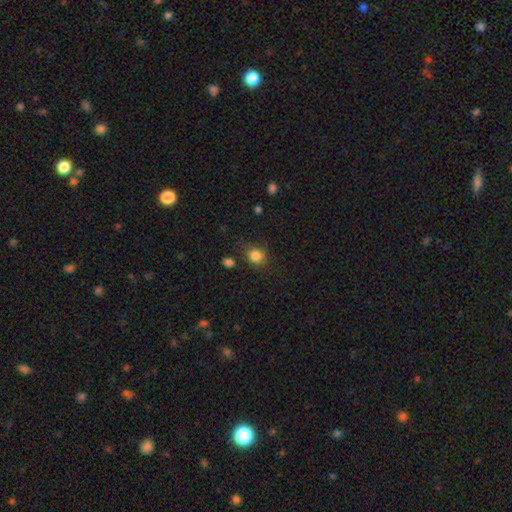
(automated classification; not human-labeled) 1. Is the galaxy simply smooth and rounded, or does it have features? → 83% smooth, 11% star or artifact, 6% featured or disk.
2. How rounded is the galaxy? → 73% round, 26% in between, 1% cigar-shaped.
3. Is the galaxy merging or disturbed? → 72% none, 18% minor disturbance, 6% major disturbance, 4% merger.